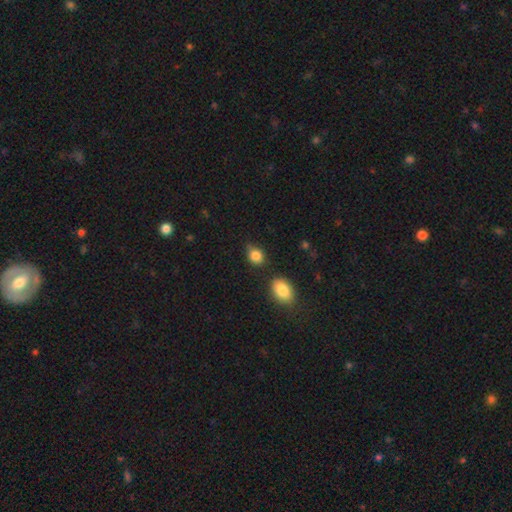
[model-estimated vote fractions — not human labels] Overall: smooth (85%). How rounded: round (52%; in between 47%). Merging: none (62%; minor disturbance 25%).